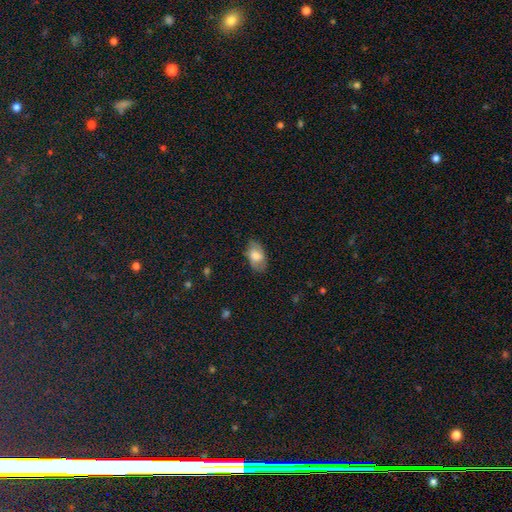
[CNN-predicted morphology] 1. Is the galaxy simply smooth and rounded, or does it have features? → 64% smooth, 28% featured or disk, 8% star or artifact.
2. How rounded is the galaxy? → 92% in between, 6% round, 2% cigar-shaped.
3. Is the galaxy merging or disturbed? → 79% none, 16% minor disturbance, 4% major disturbance, 1% merger.